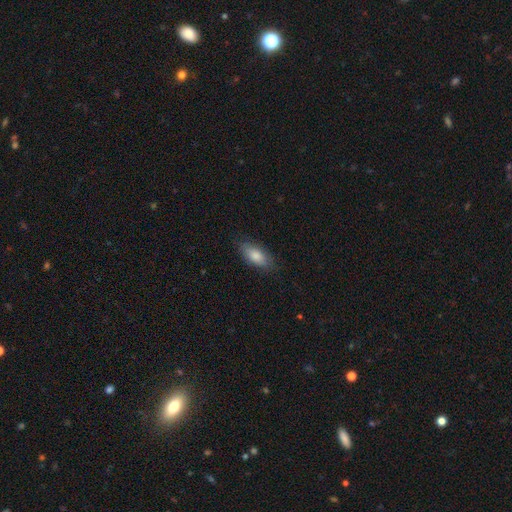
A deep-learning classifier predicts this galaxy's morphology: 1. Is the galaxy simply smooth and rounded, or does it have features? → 82% smooth, 12% featured or disk, 6% star or artifact.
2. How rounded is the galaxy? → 83% in between, 15% cigar-shaped, 3% round.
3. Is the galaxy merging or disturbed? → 83% none, 13% minor disturbance, 3% major disturbance, 1% merger.